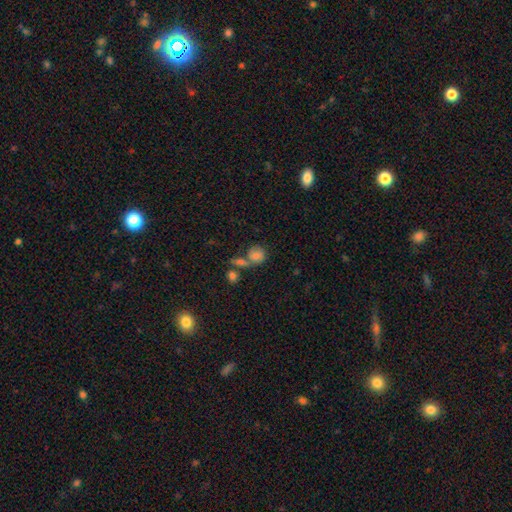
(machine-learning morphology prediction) Smooth or featured? Predicted: smooth (p=0.65). How rounded? Predicted: round (p=0.72). Merging? Predicted: none (p=0.43).